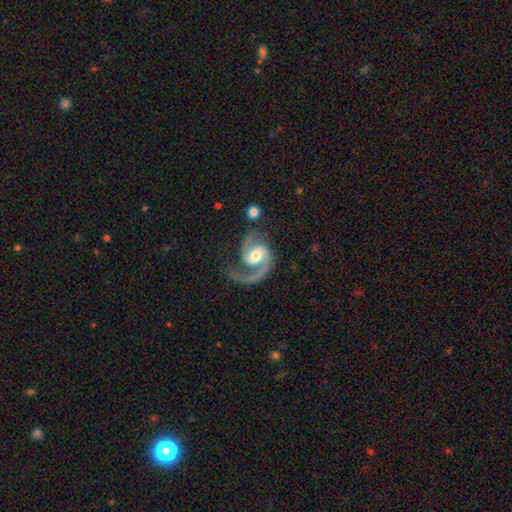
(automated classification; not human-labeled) The model was most divided on "bar": weak: 45%, no: 38%, strong: 16%. More confident: edge-on disk — no (98%); spiral arms — yes (98%); smooth or featured — featured or disk (92%); spiral arm count — 2 (82%); merging — none (65%); bulge size — moderate (64%); spiral winding — medium (57%).